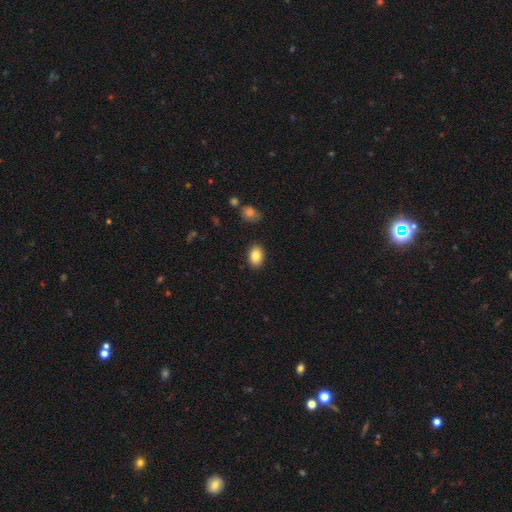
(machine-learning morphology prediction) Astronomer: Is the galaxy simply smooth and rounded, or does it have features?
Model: smooth — 85%.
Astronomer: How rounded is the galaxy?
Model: in between — 83%.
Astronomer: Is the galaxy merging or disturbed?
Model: none — 88%.